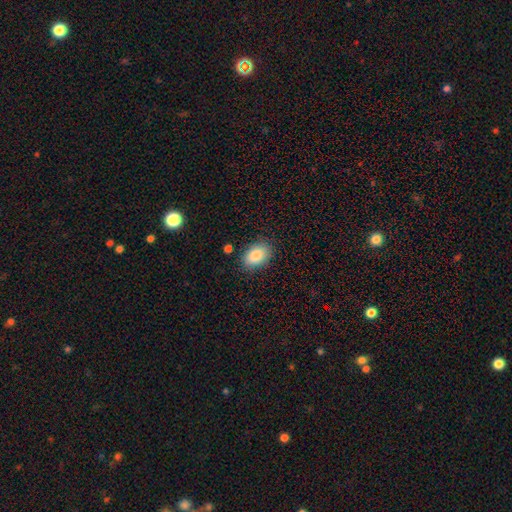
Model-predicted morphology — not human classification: smooth_or_featured: smooth (p=0.87) [alt: star or artifact p=0.07]
how_rounded: in between (p=0.87) [alt: round p=0.12]
merging: none (p=0.83) [alt: minor disturbance p=0.12]